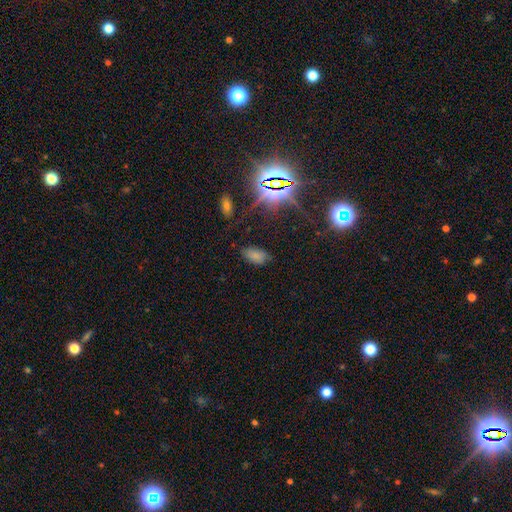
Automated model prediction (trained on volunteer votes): smooth 68%, star or artifact 23%, featured or disk 9%. Down the decision tree: how rounded — in between (93%); merging — none (76%).